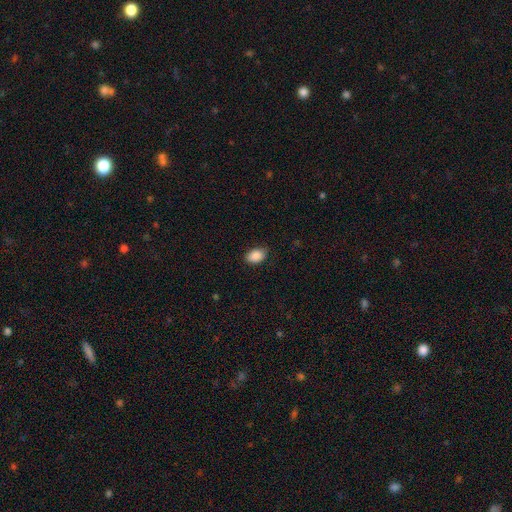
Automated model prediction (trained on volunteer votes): Overall: smooth (89%). How rounded: in between (88%). Merging: none (83%).